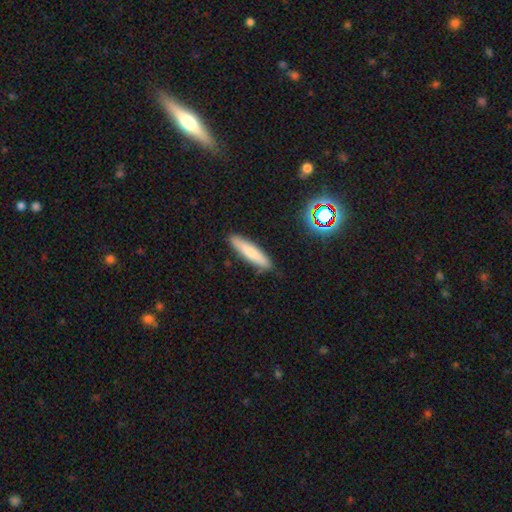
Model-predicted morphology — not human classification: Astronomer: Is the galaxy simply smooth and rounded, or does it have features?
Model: smooth — 74%.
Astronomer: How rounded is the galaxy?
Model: cigar-shaped — 84%.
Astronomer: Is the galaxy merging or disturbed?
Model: none — 88%.